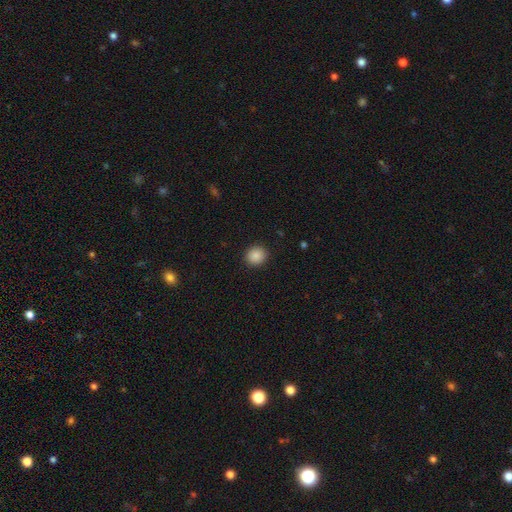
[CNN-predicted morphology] This is clearly a smooth galaxy (88%). How rounded: clearly round (87%). Merging: clearly none (91%).